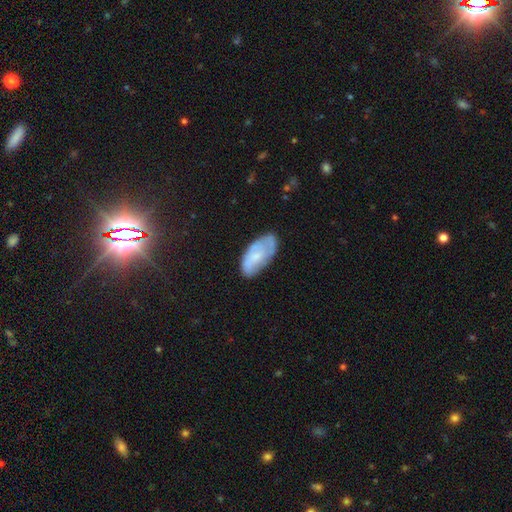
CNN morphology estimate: Smooth or featured: smooth — 55% (featured or disk — 38%)
How rounded: in between — 92% (cigar-shaped — 6%)
Merging: none — 64% (minor disturbance — 26%)